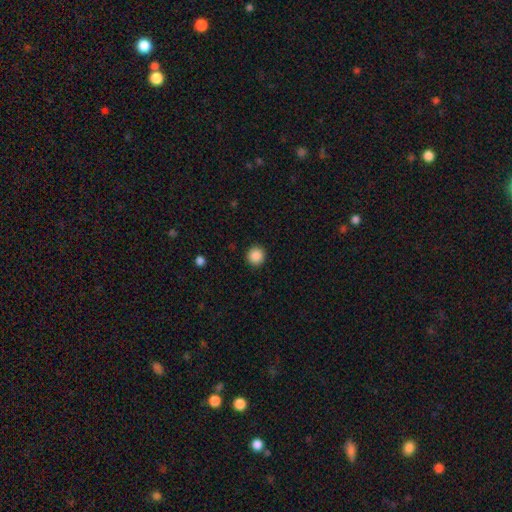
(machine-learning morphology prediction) The model was most divided on "smooth or featured": smooth: 88%, star or artifact: 9%, featured or disk: 3%. More confident: how rounded — round (94%); merging — none (92%).